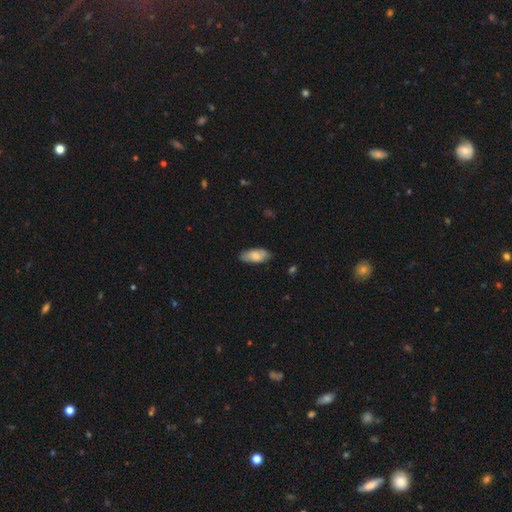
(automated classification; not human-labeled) smooth-or-featured: smooth: 78% | featured or disk: 16% | star or artifact: 6%
  how-rounded: in between: 88% | cigar-shaped: 10% | round: 2%
  merging: none: 79% | minor disturbance: 17% | major disturbance: 3% | merger: 1%